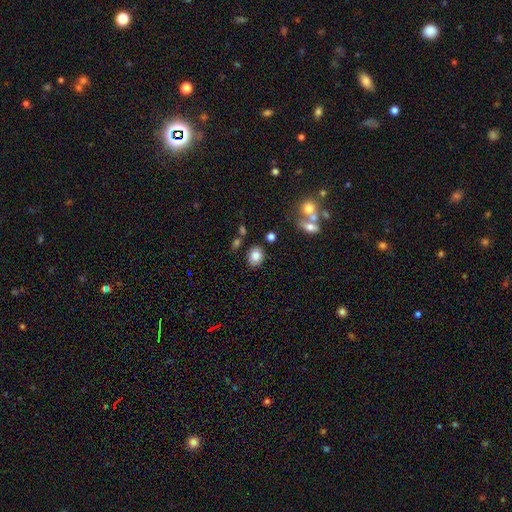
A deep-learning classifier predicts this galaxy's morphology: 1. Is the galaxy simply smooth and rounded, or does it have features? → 84% smooth, 9% star or artifact, 7% featured or disk.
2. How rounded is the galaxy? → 52% round, 47% in between, 1% cigar-shaped.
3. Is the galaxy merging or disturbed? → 79% none, 11% minor disturbance, 6% merger, 4% major disturbance.